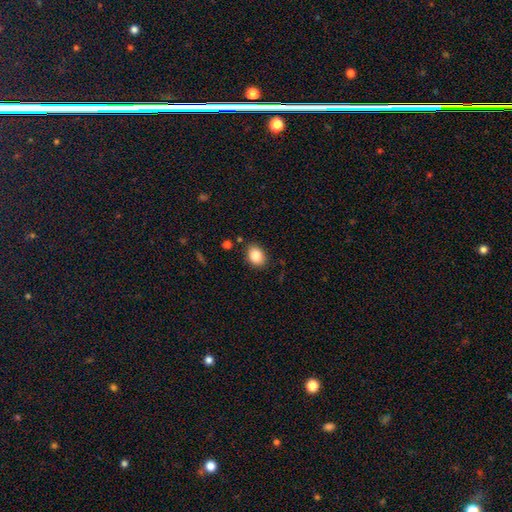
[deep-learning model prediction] smooth 87%, star or artifact 8%, featured or disk 4%. Down the decision tree: how rounded — in between (65%); merging — none (83%).